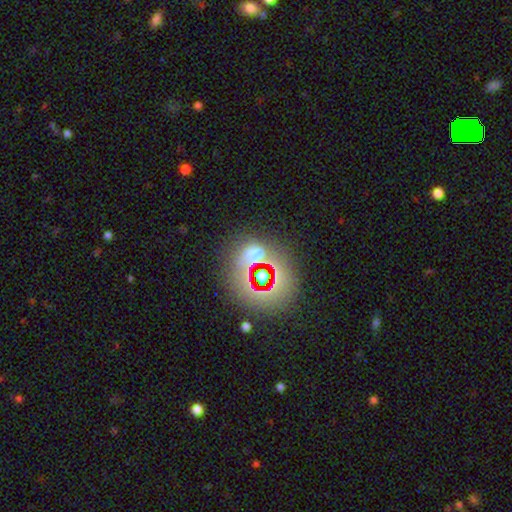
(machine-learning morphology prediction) Smooth or featured: star or artifact — 52% (smooth — 32%)